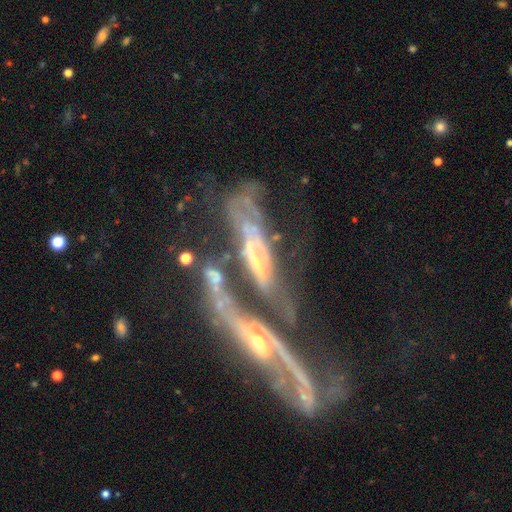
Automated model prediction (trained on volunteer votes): This appears to be a featured or disk galaxy (74%) with no bar (54%), spiral arms (68%) and a small central bulge (43%). Merging: merger (58%).